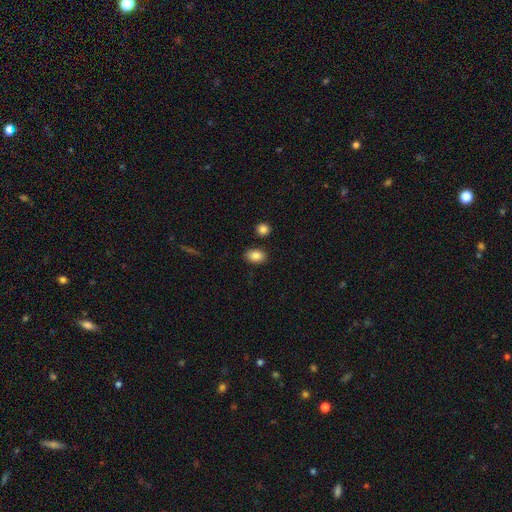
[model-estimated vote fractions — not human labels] Smooth or featured? smooth (86%)
How rounded? in between (82%)
Merging? none (85%)